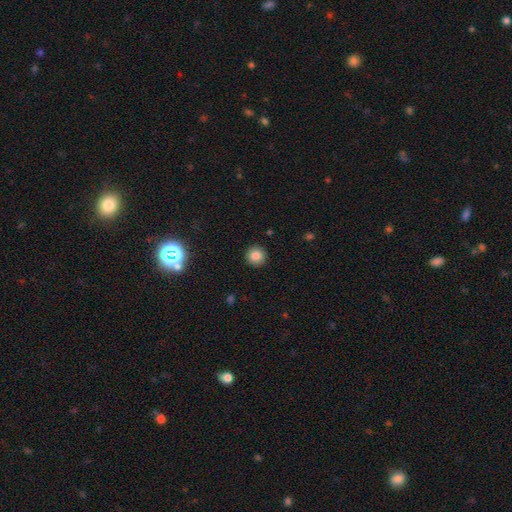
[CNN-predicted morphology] This appears to be a smooth galaxy with no disk features (84%) that is round (94%). Merging: none (92%).